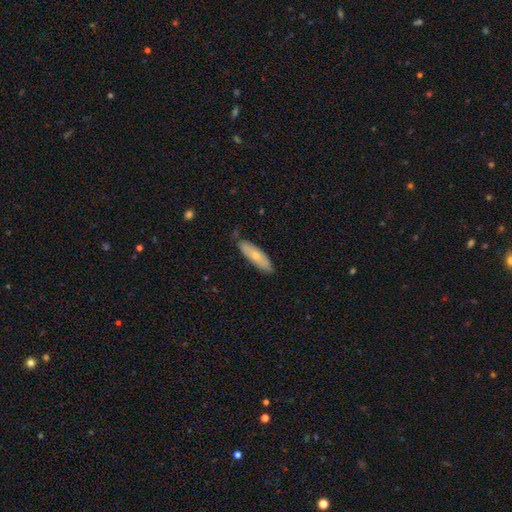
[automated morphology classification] Smooth or featured: smooth — 63% (featured or disk — 32%)
How rounded: cigar-shaped — 52% (in between — 46%)
Merging: none — 80% (minor disturbance — 16%)